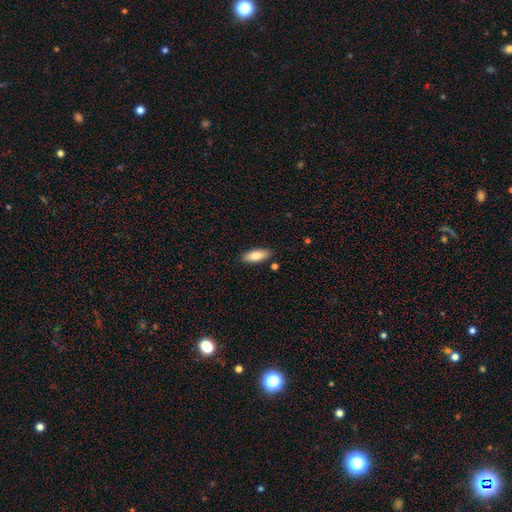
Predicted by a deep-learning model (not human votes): Overall: smooth (80%). How rounded: in between (79%). Merging: none (86%).